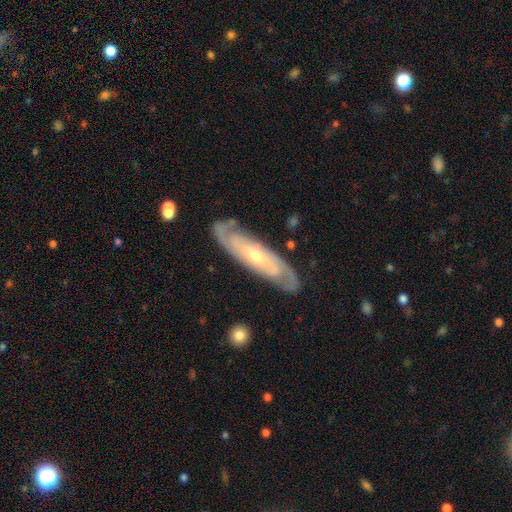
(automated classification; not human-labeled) Smooth or featured: featured or disk — 81% (smooth — 14%)
Edge-on disk: no — 81% (yes — 19%)
Bar: no — 56% (weak — 30%)
Spiral arms: yes — 93% (no — 7%)
Spiral winding: tight — 57% (medium — 34%)
Spiral arm count: 2 — 71% (can't tell — 19%)
Bulge size: small — 56% (moderate — 40%)
Merging: none — 81% (minor disturbance — 14%)